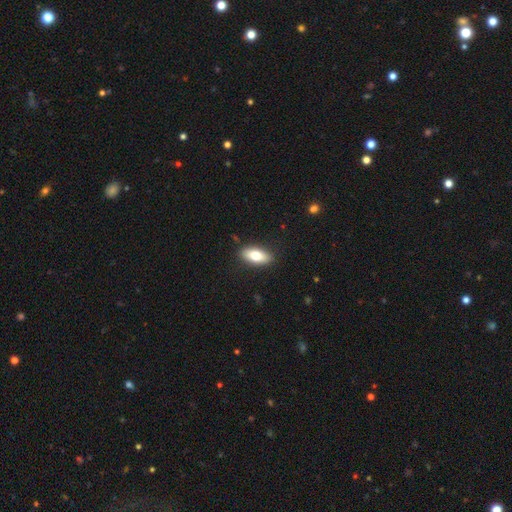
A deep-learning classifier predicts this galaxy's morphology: Smooth or featured?
  - smooth: 74% *
  - featured or disk: 19%
  - star or artifact: 7%
How rounded?
  - in between: 84% *
  - cigar-shaped: 12%
  - round: 4%
Merging?
  - none: 88% *
  - minor disturbance: 9%
  - major disturbance: 2%
  - merger: 1%